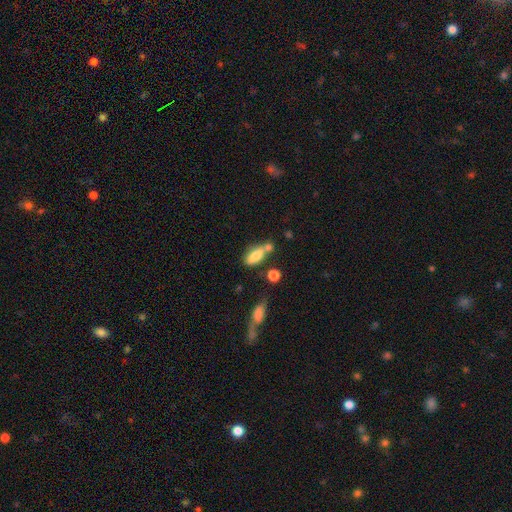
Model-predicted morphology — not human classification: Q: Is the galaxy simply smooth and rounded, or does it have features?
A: smooth — 72%.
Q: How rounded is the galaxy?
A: in between — 76%.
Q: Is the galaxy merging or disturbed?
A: none — 45%.